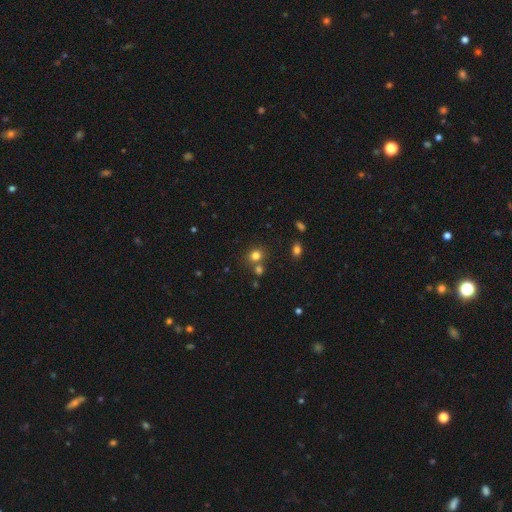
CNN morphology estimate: smooth-or-featured: smooth: 78% | star or artifact: 16% | featured or disk: 7%
  how-rounded: round: 78% | in between: 21% | cigar-shaped: 1%
  merging: none: 67% | merger: 21% | minor disturbance: 9% | major disturbance: 3%